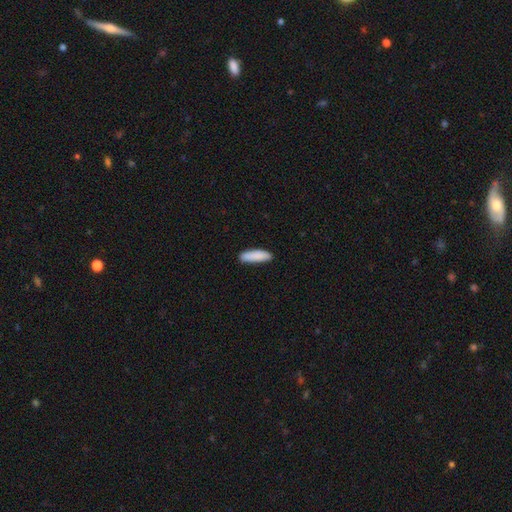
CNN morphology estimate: Smooth or featured? Predicted: smooth (p=0.89). How rounded? Predicted: cigar-shaped (p=0.58). Merging? Predicted: none (p=0.86).